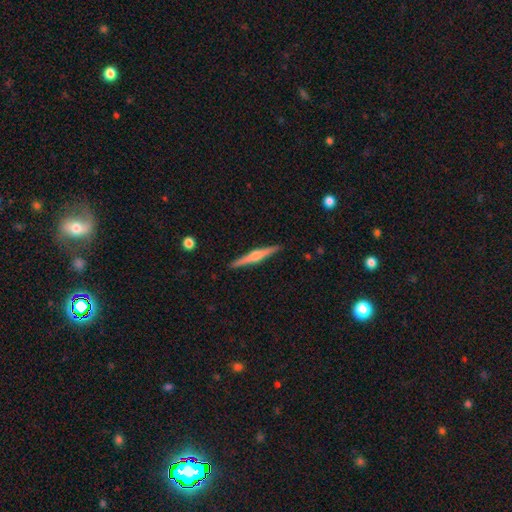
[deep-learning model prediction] A featured or disk galaxy (73%) viewed edge-on (98%) with a rounded central bulge (84%). Merging: none (92%).